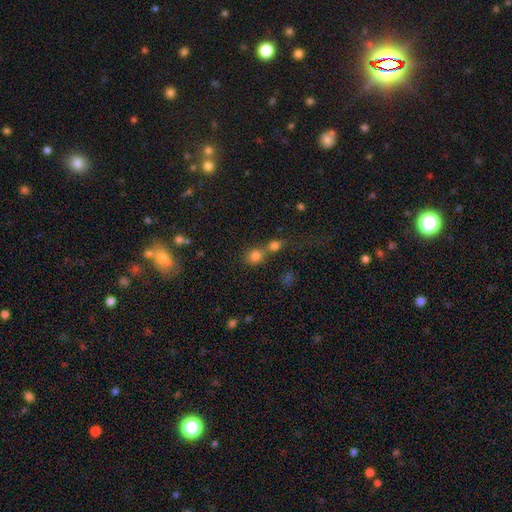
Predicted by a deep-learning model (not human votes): Morphology: type=smooth (79%); roundness=round (79%); merging=none (46%).